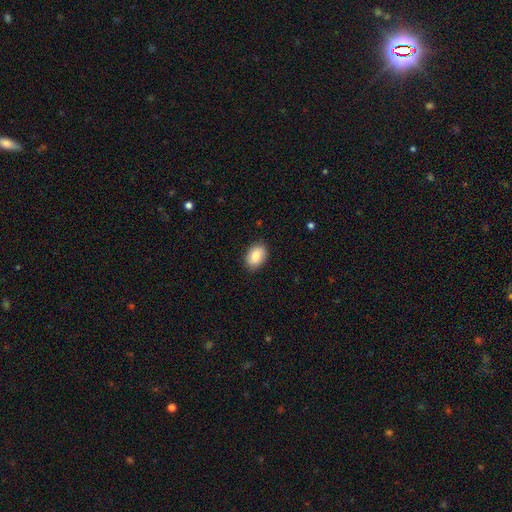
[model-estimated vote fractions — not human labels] smooth-or-featured: smooth: 83% | featured or disk: 10% | star or artifact: 7%
  how-rounded: in between: 81% | round: 18% | cigar-shaped: 1%
  merging: none: 87% | minor disturbance: 10% | major disturbance: 2% | merger: 1%